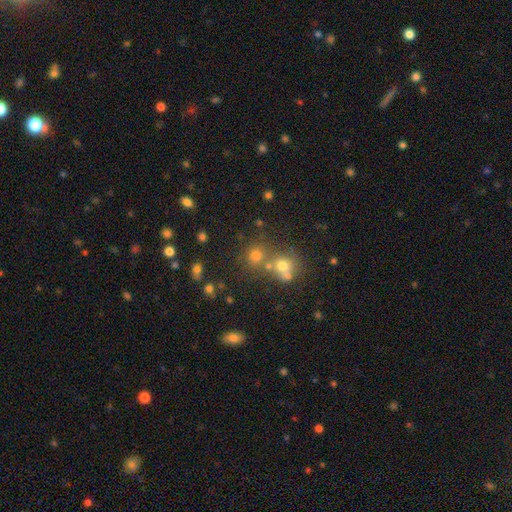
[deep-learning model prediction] Smooth or featured: smooth — 70% (star or artifact — 20%)
How rounded: round — 84% (in between — 15%)
Merging: none — 57% (merger — 30%)